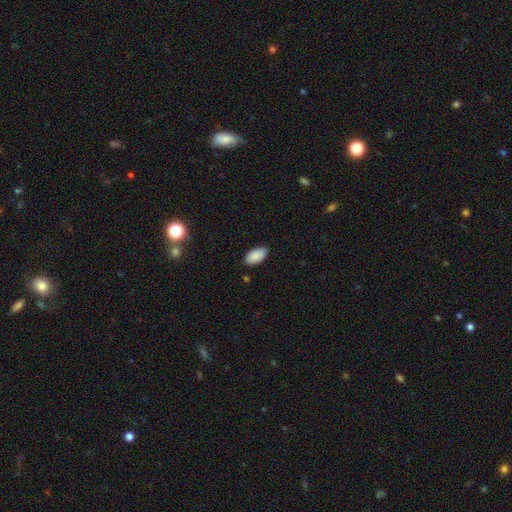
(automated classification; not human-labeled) Morphology: type=smooth (89%); roundness=in between (95%); merging=none (86%).